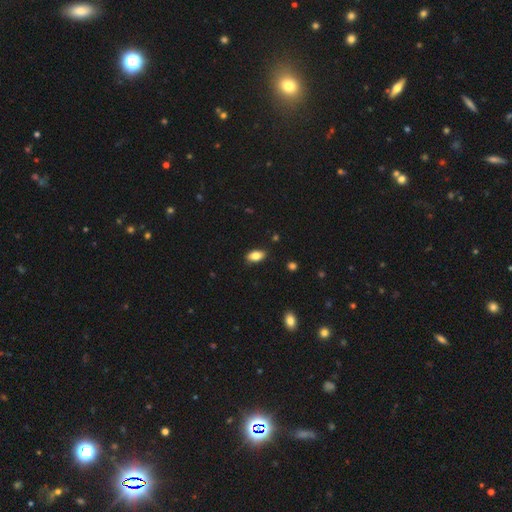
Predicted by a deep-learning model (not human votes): Overall: smooth (83%). How rounded: in between (90%). Merging: none (85%).